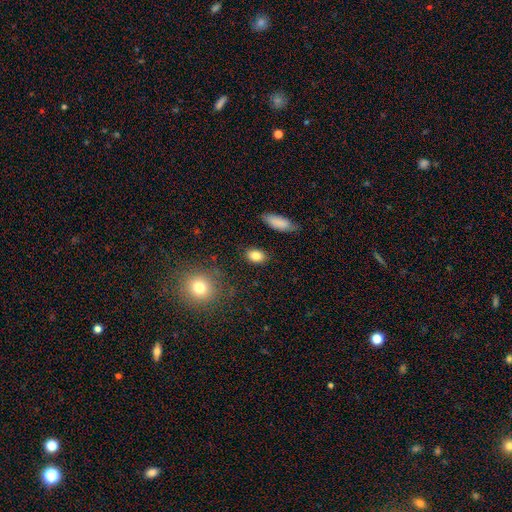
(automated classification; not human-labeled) smooth 85%, star or artifact 9%, featured or disk 6%. Down the decision tree: how rounded — in between (81%); merging — none (86%).